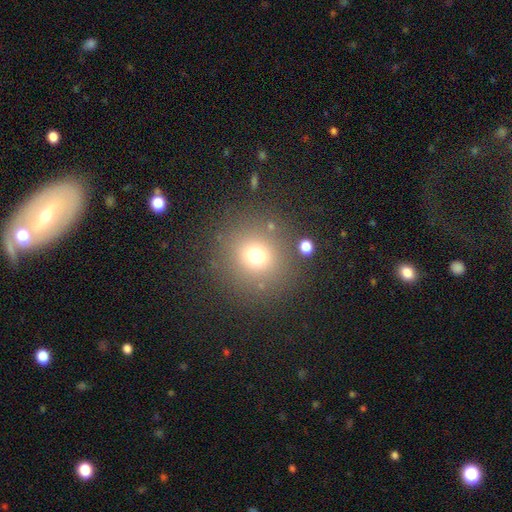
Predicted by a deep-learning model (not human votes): Q: Smooth or featured?
A: smooth (71%); runner-up: star or artifact (19%)
Q: How rounded?
A: round (91%); runner-up: in between (8%)
Q: Merging?
A: none (83%); runner-up: minor disturbance (8%)